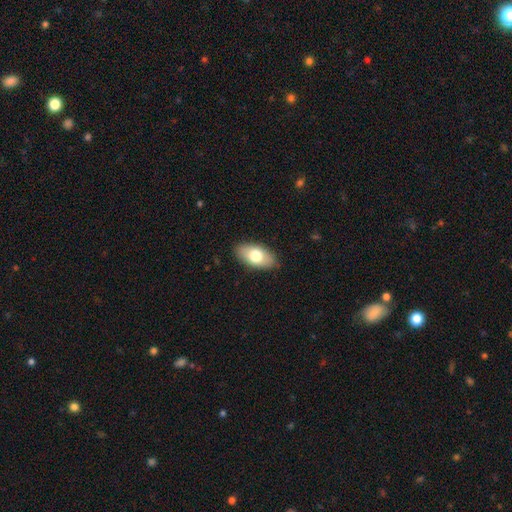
A smooth galaxy with no disk features (69%) that is in between round and cigar-shaped (96%).

Vote fractions:
- Smooth or featured? smooth: 69% / featured or disk: 26% / star or artifact: 5%
- How rounded? in between: 96% / cigar-shaped: 4% / round: 0%
- Merging? none: 92% / minor disturbance: 8% / major disturbance: 0% / merger: 0%